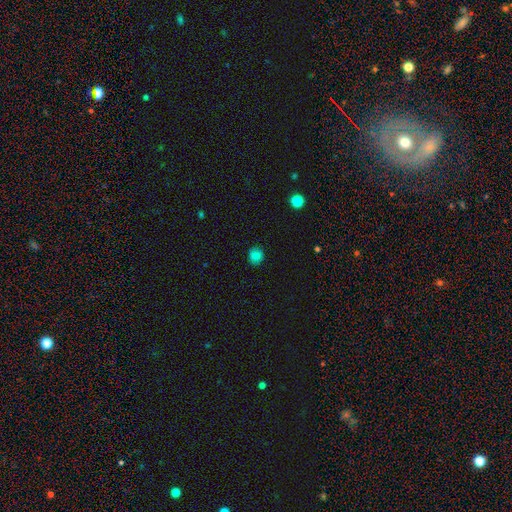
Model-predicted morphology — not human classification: A smooth galaxy with no disk features (83%) that is round (79%).

Vote fractions:
- Smooth or featured? smooth: 83% / star or artifact: 12% / featured or disk: 5%
- How rounded? round: 79% / in between: 20% / cigar-shaped: 1%
- Merging? none: 86% / minor disturbance: 10% / major disturbance: 2% / merger: 1%